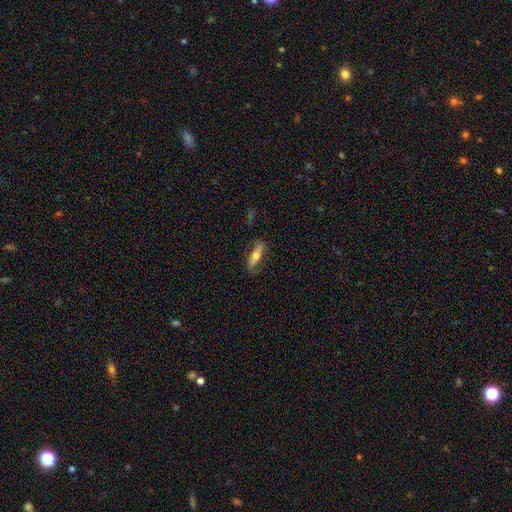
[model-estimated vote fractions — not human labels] smooth_or_featured: smooth (p=0.49) [alt: featured or disk p=0.45]
merging: none (p=0.71) [alt: minor disturbance p=0.19]